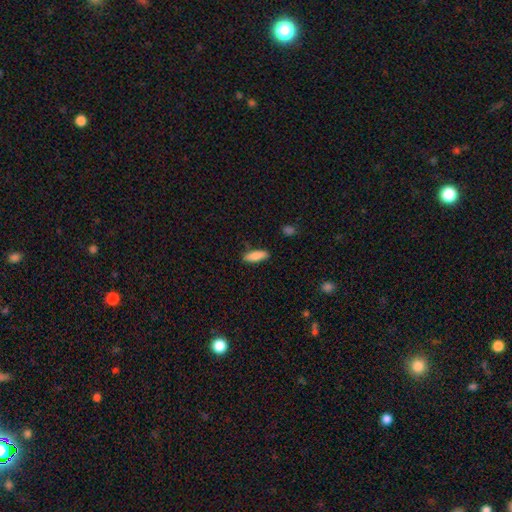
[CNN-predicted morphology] smooth 87%, featured or disk 7%, star or artifact 6%. Down the decision tree: how rounded — in between (59%); merging — none (85%).